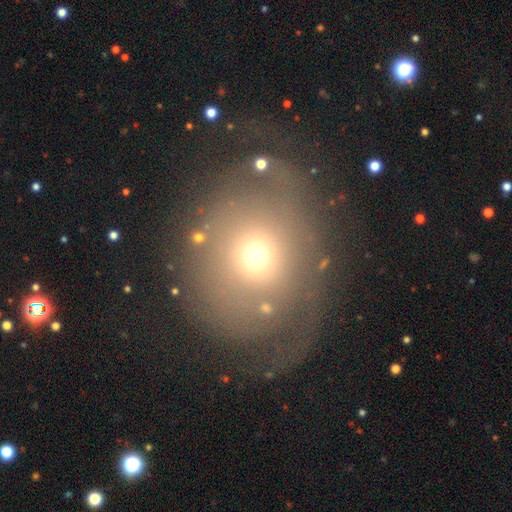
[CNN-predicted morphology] A smooth galaxy with no disk features (46%).

Vote fractions:
- Smooth or featured? smooth: 46% / featured or disk: 39% / star or artifact: 15%
- Merging? none: 52% / major disturbance: 26% / minor disturbance: 18% / merger: 4%